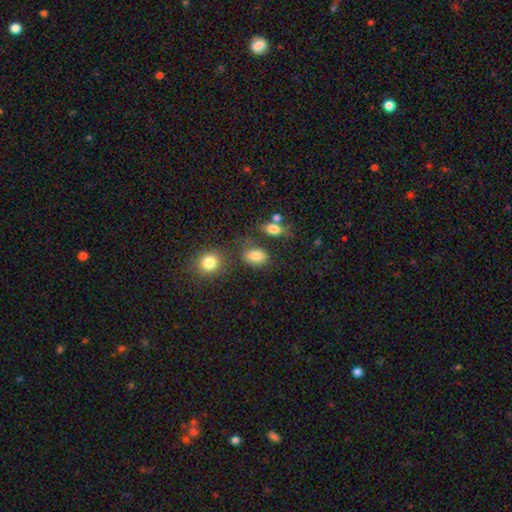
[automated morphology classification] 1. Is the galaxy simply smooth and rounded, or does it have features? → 83% smooth, 10% star or artifact, 6% featured or disk.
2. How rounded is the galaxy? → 76% in between, 22% round, 2% cigar-shaped.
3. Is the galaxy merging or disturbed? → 67% none, 16% minor disturbance, 11% merger, 6% major disturbance.